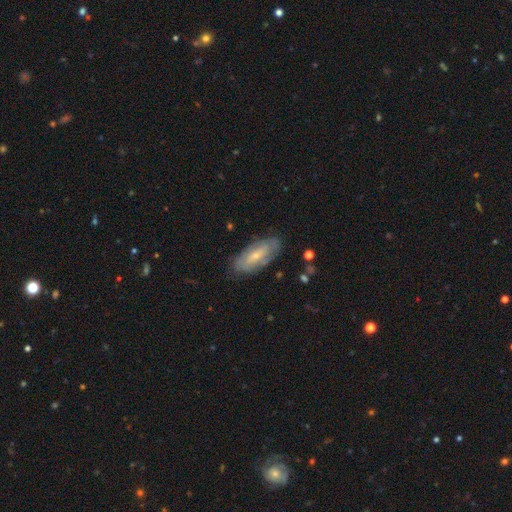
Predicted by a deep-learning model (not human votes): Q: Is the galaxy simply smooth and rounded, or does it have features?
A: featured or disk — 54%.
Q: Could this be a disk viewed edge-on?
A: no — 84%.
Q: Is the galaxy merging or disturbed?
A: none — 78%.